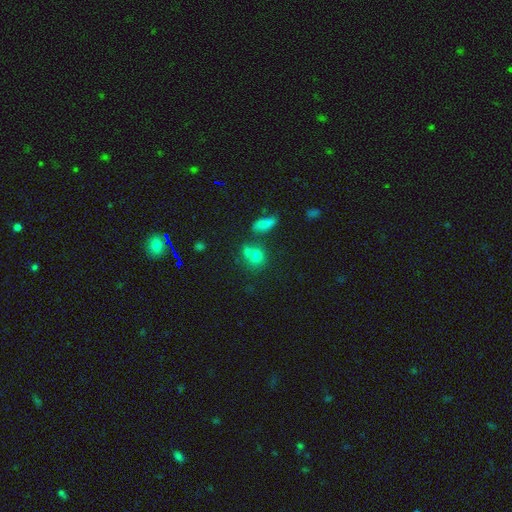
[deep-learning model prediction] Smooth or featured?
  - smooth: 71% *
  - star or artifact: 16%
  - featured or disk: 13%
How rounded?
  - round: 76% *
  - in between: 23%
  - cigar-shaped: 2%
Merging?
  - none: 48% *
  - merger: 36%
  - minor disturbance: 11%
  - major disturbance: 5%